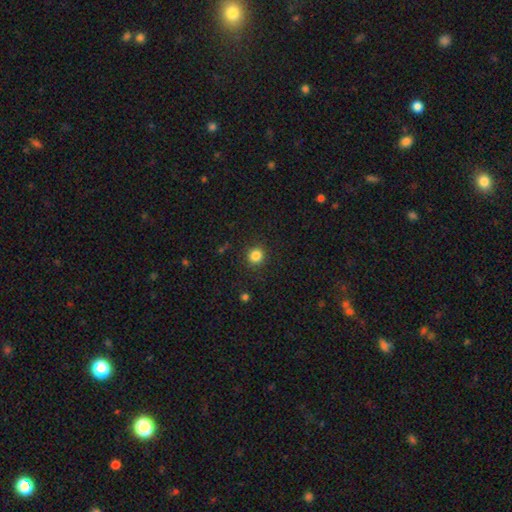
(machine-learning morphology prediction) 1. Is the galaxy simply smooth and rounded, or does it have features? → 84% smooth, 12% star or artifact, 4% featured or disk.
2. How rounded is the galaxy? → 92% round, 7% in between, 1% cigar-shaped.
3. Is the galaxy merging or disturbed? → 90% none, 6% minor disturbance, 3% major disturbance, 1% merger.